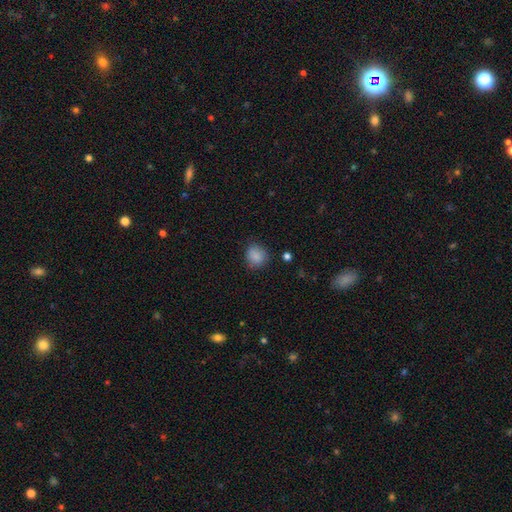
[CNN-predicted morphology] smooth-or-featured: smooth: 86% | star or artifact: 9% | featured or disk: 4%
  how-rounded: round: 78% | in between: 21% | cigar-shaped: 1%
  merging: none: 79% | minor disturbance: 16% | major disturbance: 4% | merger: 2%